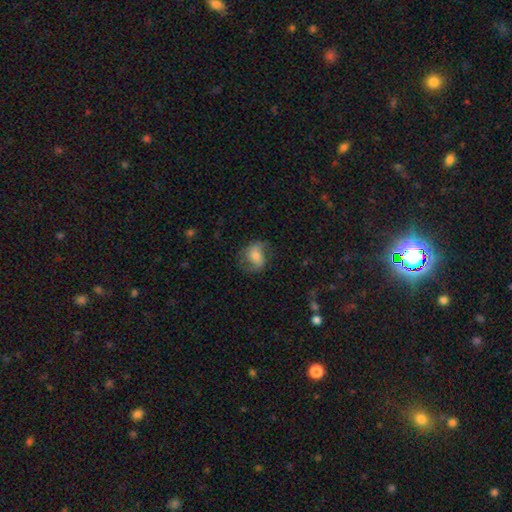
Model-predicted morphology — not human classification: type=smooth (46%); merging=none (61%).